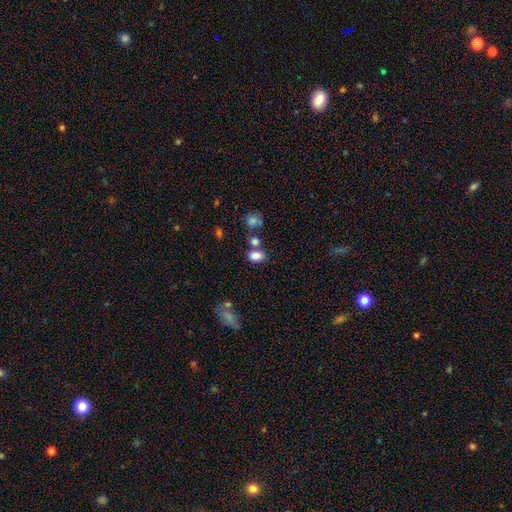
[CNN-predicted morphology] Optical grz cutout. It shows a smooth galaxy with no disk features (83%) that is in between round and cigar-shaped (83%). Merging: none (63%).